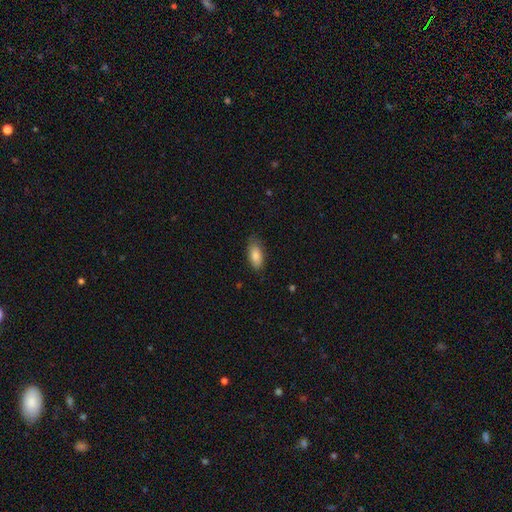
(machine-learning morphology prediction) Smooth or featured?
  - smooth: 85% *
  - featured or disk: 9%
  - star or artifact: 7%
How rounded?
  - in between: 87% *
  - cigar-shaped: 10%
  - round: 2%
Merging?
  - none: 80% *
  - minor disturbance: 16%
  - major disturbance: 3%
  - merger: 1%